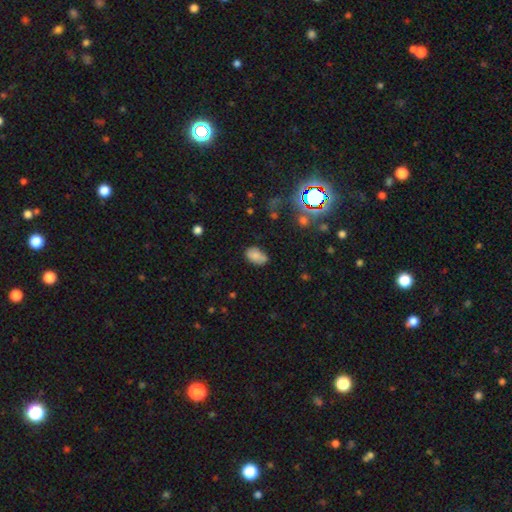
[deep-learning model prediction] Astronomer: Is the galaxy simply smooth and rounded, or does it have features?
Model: smooth — 78%.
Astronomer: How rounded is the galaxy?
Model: in between — 88%.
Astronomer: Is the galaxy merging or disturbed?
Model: none — 61%.